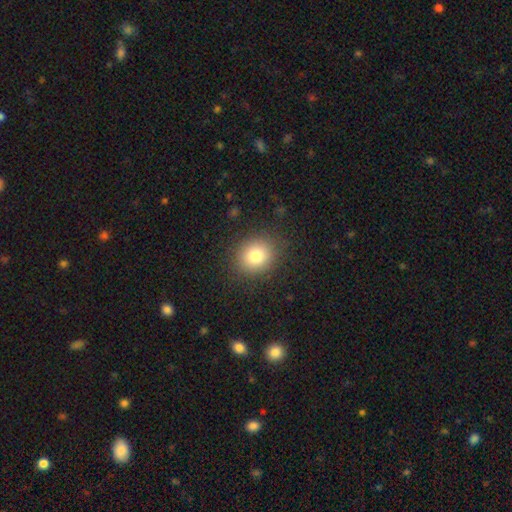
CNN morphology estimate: The model was most divided on "how rounded": round: 76%, in between: 23%, cigar-shaped: 1%. More confident: merging — none (87%); smooth or featured — smooth (81%).